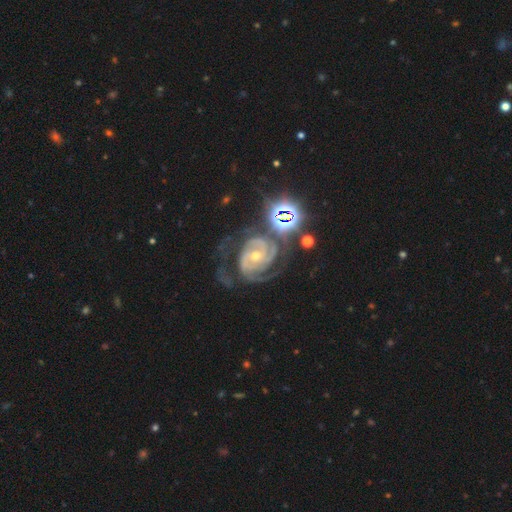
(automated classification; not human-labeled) This appears to be a featured or disk galaxy (89%) with no bar (57%), 2 (40%) tight (65%) spiral arms (98%) and a small central bulge (59%). Merging: none (53%).